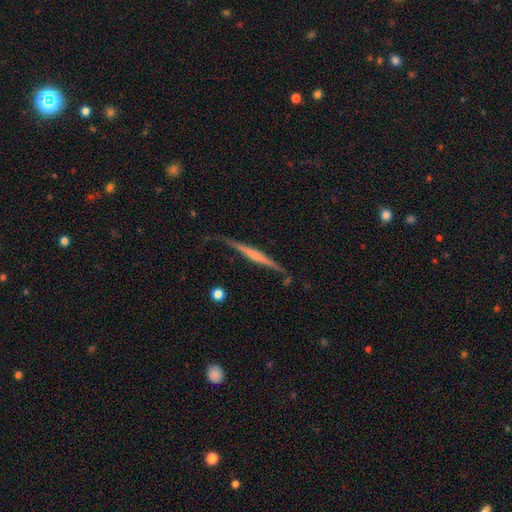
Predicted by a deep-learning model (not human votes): Q: Smooth or featured?
A: featured or disk (67%); runner-up: smooth (27%)
Q: Edge-on disk?
A: yes (97%); runner-up: no (3%)
Q: Edge-on bulge?
A: none (42%); runner-up: rounded (36%)
Q: Merging?
A: none (72%); runner-up: minor disturbance (19%)